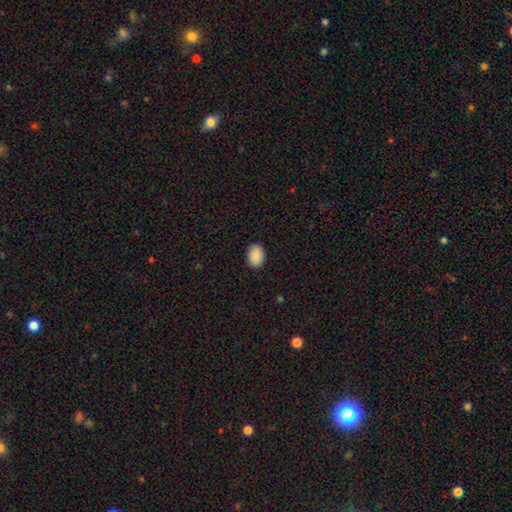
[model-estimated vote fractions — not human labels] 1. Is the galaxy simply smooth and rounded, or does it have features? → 90% smooth, 7% star or artifact, 3% featured or disk.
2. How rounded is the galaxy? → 82% in between, 17% round, 1% cigar-shaped.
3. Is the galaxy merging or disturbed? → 90% none, 8% minor disturbance, 2% major disturbance, 1% merger.